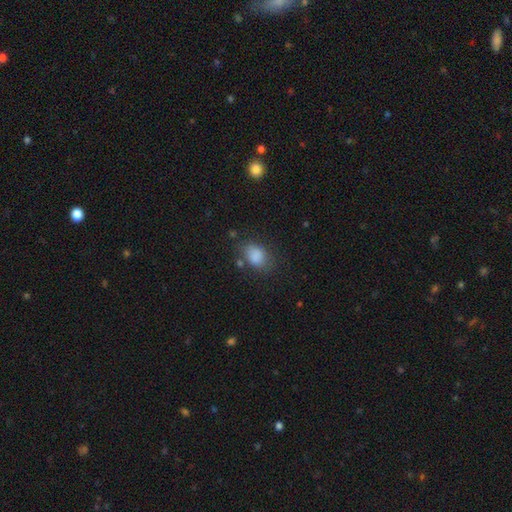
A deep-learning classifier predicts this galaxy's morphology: A smooth galaxy with no disk features (83%) that is in between round and cigar-shaped (73%).

Vote fractions:
- Smooth or featured? smooth: 83% / star or artifact: 10% / featured or disk: 7%
- How rounded? in between: 73% / round: 26% / cigar-shaped: 1%
- Merging? none: 62% / minor disturbance: 23% / major disturbance: 9% / merger: 6%